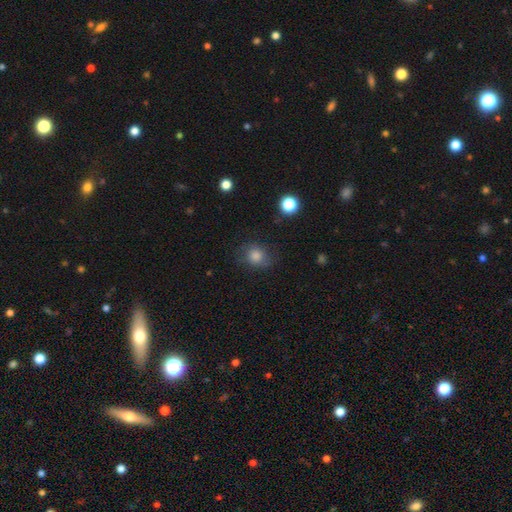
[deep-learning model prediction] Overall: smooth (75%). How rounded: round (71%). Merging: none (74%).